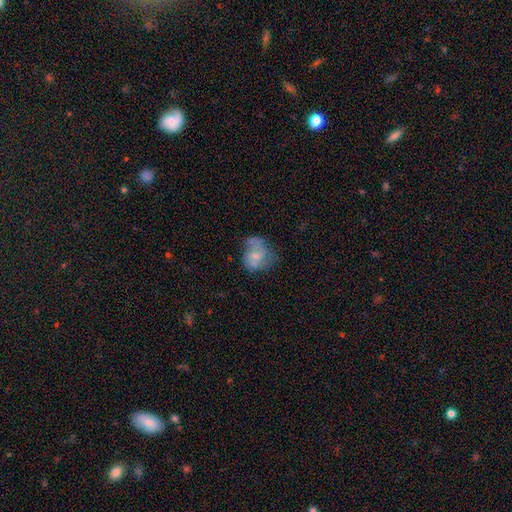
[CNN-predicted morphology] featured or disk 55%, smooth 37%, star or artifact 8%. Down the decision tree: edge-on disk — no (98%); bar — no (65%); spiral arms — yes (77%); bulge size — small (58%); merging — none (47%).